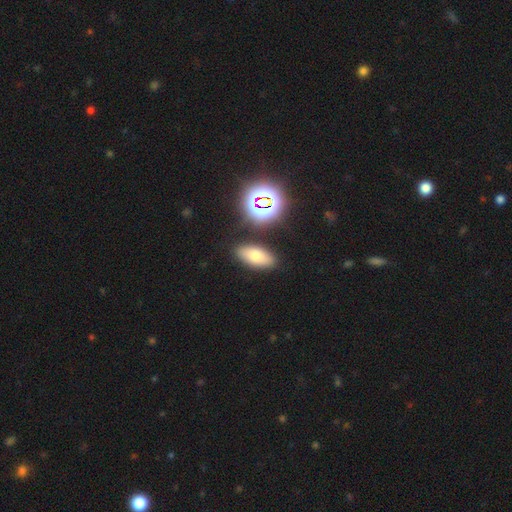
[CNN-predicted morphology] This appears to be a smooth galaxy with no disk features (66%) that is in between round and cigar-shaped (81%). Merging: none (86%).